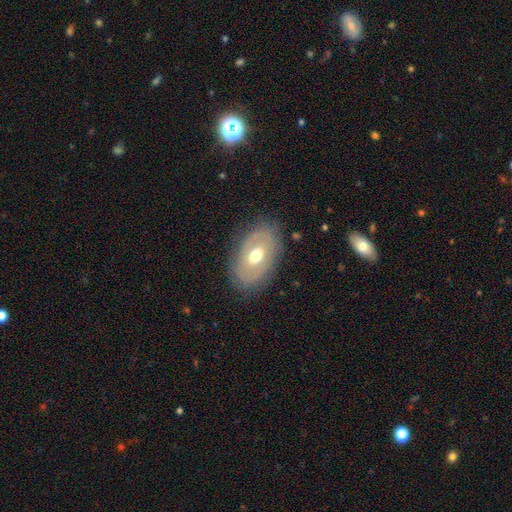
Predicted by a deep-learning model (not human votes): This appears to be a featured or disk galaxy (54%). Merging: none (79%).